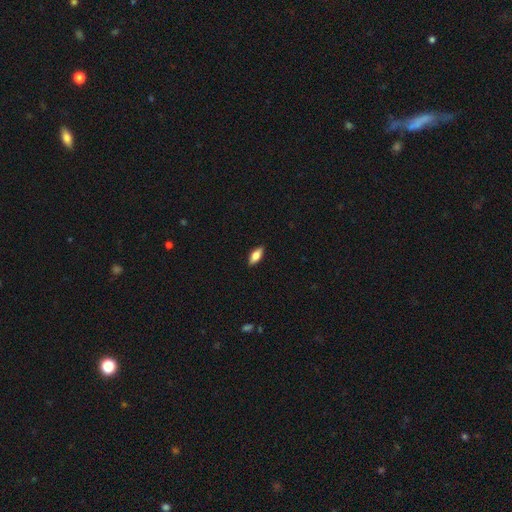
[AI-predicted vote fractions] Q: Smooth or featured?
A: smooth (74%); runner-up: featured or disk (20%)
Q: How rounded?
A: in between (79%); runner-up: cigar-shaped (18%)
Q: Merging?
A: none (89%); runner-up: minor disturbance (8%)